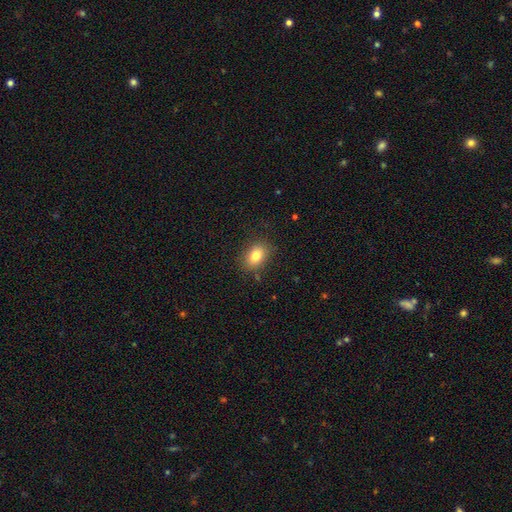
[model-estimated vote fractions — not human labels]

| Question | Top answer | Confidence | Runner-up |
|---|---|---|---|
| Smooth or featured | smooth | 80% | featured or disk (10%) |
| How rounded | in between | 74% | round (24%) |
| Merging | none | 84% | minor disturbance (11%) |